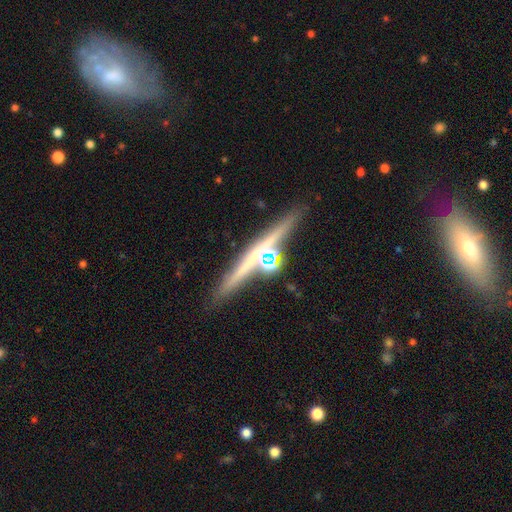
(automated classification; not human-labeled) smooth-or-featured: featured or disk: 70% | smooth: 20% | star or artifact: 10%
  disk-edge-on: yes: 93% | no: 7%
    edge-on-bulge: rounded: 51% | none: 38% | boxy: 10%
  merging: none: 68% | merger: 16% | minor disturbance: 12% | major disturbance: 5%